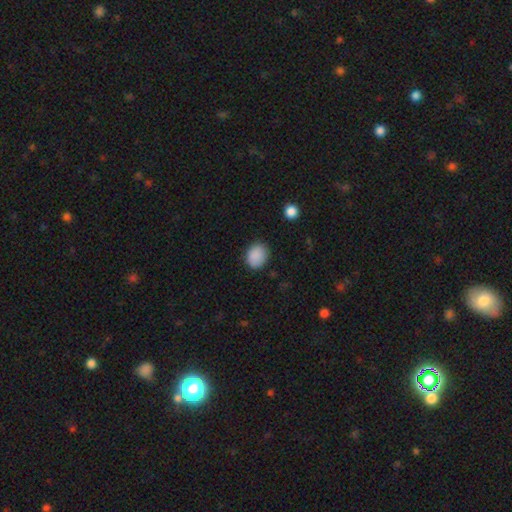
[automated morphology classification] Overall: smooth (88%). How rounded: round (52%; in between 47%). Merging: none (83%).